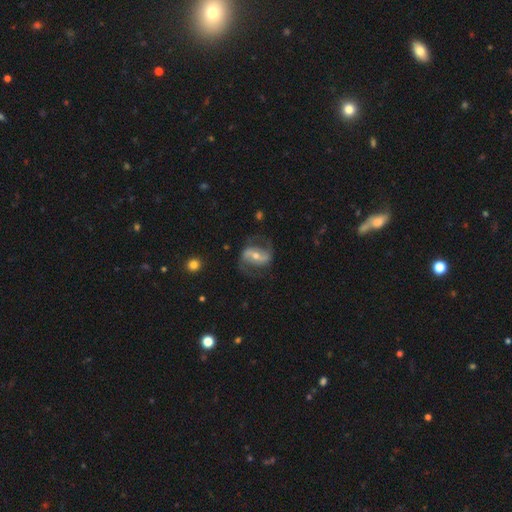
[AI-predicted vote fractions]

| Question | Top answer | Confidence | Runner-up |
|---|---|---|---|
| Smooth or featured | featured or disk | 82% | smooth (11%) |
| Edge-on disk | no | 96% | yes (4%) |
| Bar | strong | 48% | weak (31%) |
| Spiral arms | yes | 92% | no (8%) |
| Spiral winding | medium | 47% | loose (37%) |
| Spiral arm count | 2 | 91% | can't tell (4%) |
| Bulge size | moderate | 50% | small (44%) |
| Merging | none | 73% | minor disturbance (14%) |